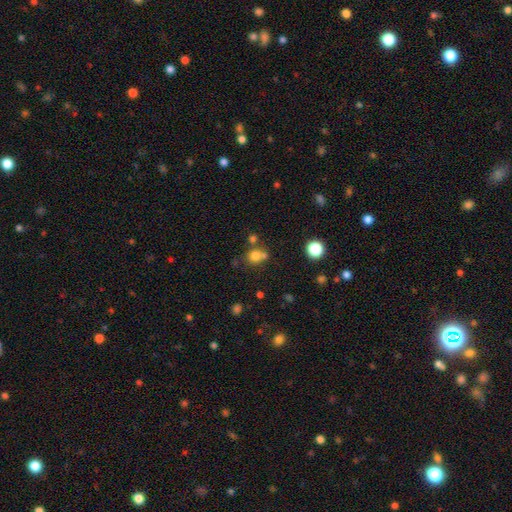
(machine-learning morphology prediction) smooth_or_featured: smooth (p=0.75) [alt: star or artifact p=0.16]
how_rounded: round (p=0.82) [alt: in between p=0.17]
merging: none (p=0.55) [alt: merger p=0.31]